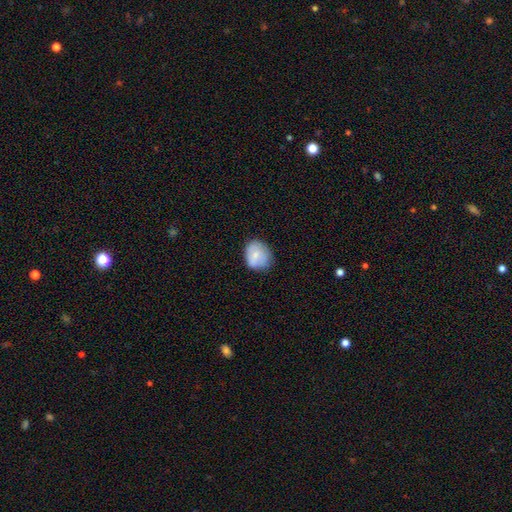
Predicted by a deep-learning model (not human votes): Smooth or featured? Predicted: smooth (p=0.75). How rounded? Predicted: round (p=0.58). Merging? Predicted: none (p=0.71).